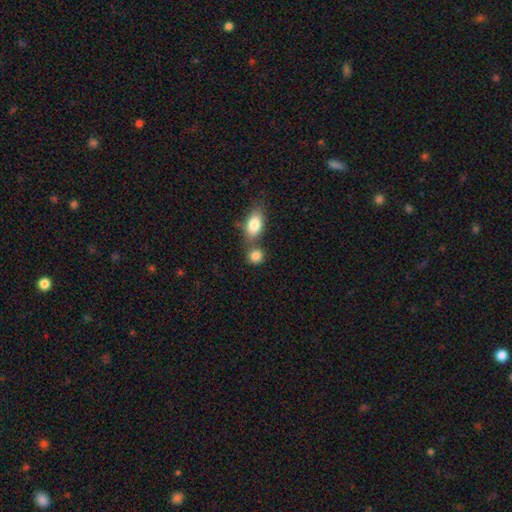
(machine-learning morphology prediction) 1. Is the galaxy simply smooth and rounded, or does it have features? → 84% smooth, 9% star or artifact, 7% featured or disk.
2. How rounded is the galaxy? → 70% round, 28% in between, 2% cigar-shaped.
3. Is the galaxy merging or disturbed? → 53% none, 35% merger, 9% minor disturbance, 4% major disturbance.